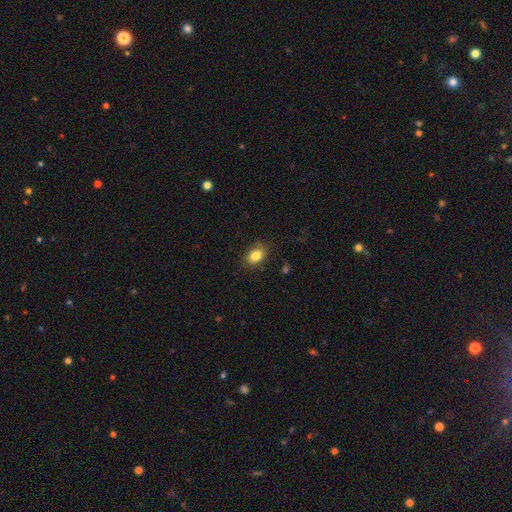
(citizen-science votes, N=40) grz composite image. It shows a smooth galaxy with no disk features (85%) that is in between round and cigar-shaped (68%). Merging: none (72%).